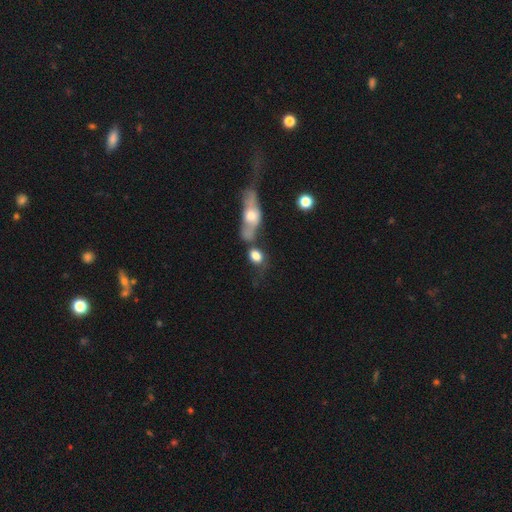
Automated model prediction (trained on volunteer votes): This is likely a smooth galaxy (73%). How rounded: possibly in between (58%). Merging: marginally none (35%).